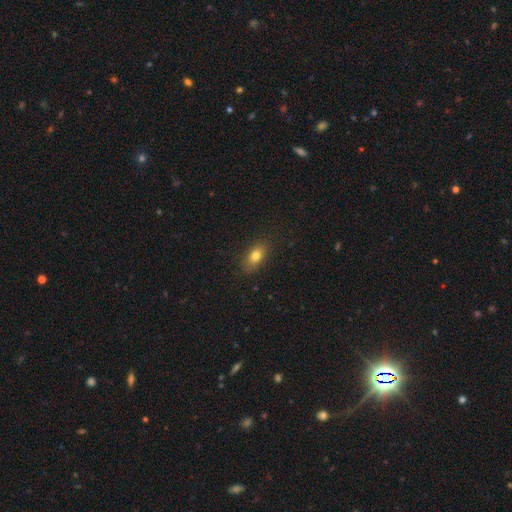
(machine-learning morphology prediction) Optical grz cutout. It shows a smooth galaxy with no disk features (80%) that is in between round and cigar-shaped (82%). Merging: none (84%).